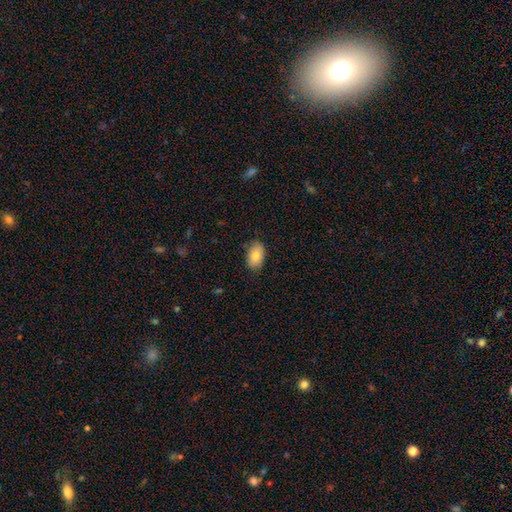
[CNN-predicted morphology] Smooth or featured?
  - smooth: 80% *
  - featured or disk: 13%
  - star or artifact: 7%
How rounded?
  - in between: 90% *
  - round: 8%
  - cigar-shaped: 1%
Merging?
  - none: 80% *
  - minor disturbance: 16%
  - major disturbance: 3%
  - merger: 1%